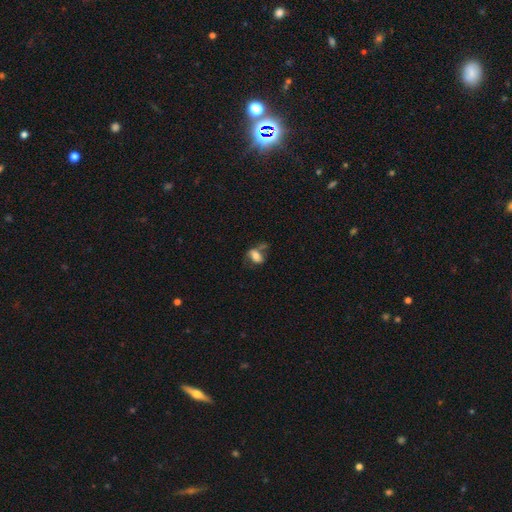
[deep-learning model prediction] Morphology: type=smooth (57%); roundness=in between (79%); merging=none (37%).